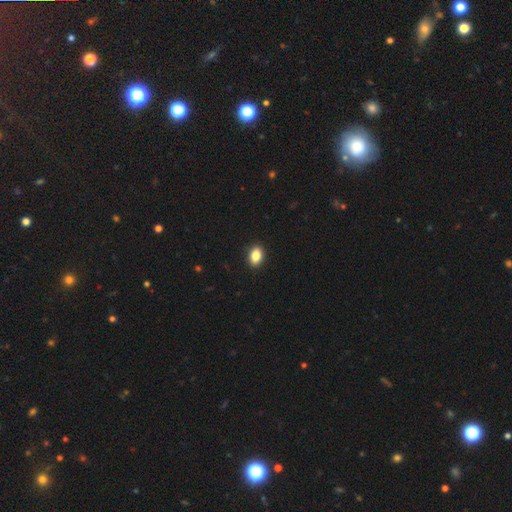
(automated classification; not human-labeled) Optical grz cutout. It shows a smooth galaxy with no disk features (85%) that is in between round and cigar-shaped (81%). Merging: none (90%).